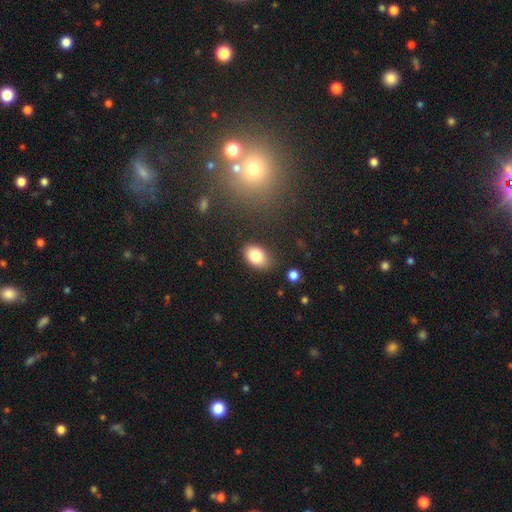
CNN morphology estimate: This appears to be a smooth galaxy with no disk features (85%) that is in between round and cigar-shaped (86%). Merging: none (79%).